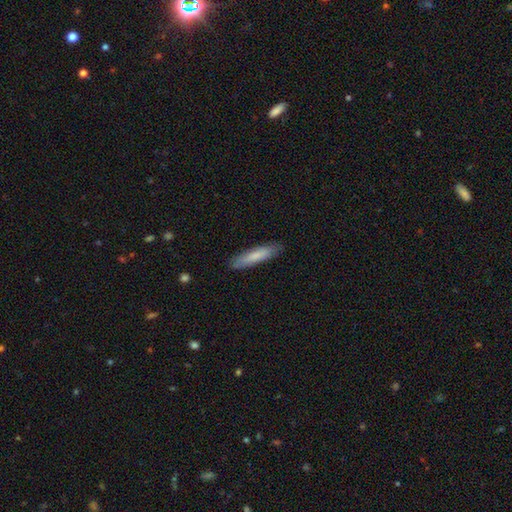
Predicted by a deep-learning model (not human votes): Smooth or featured? Predicted: smooth (p=0.77). How rounded? Predicted: cigar-shaped (p=0.84). Merging? Predicted: none (p=0.86).